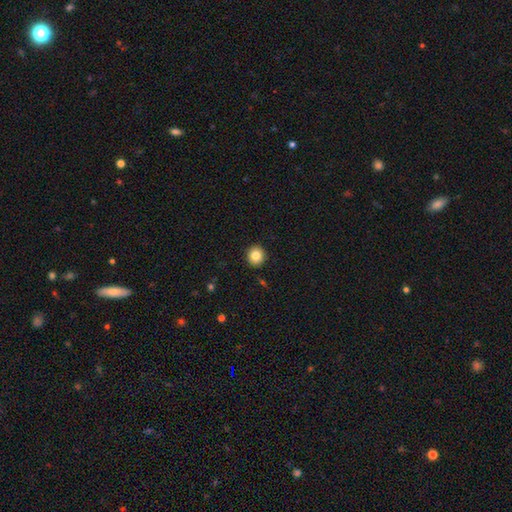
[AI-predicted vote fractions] Q: Smooth or featured?
A: smooth (82%); runner-up: star or artifact (10%)
Q: How rounded?
A: round (91%); runner-up: in between (8%)
Q: Merging?
A: none (92%); runner-up: minor disturbance (5%)